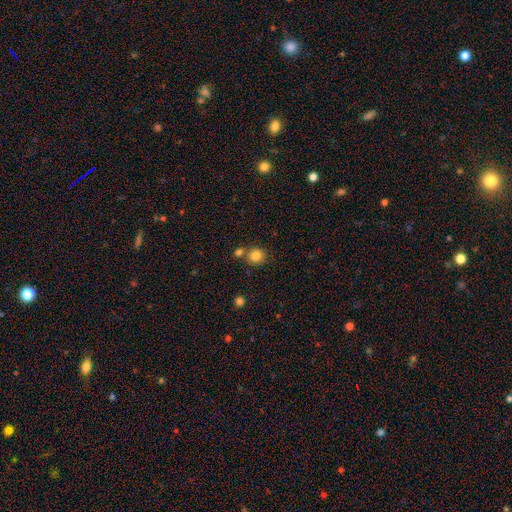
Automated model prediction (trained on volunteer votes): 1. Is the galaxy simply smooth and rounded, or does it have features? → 83% smooth, 11% star or artifact, 6% featured or disk.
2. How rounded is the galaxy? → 90% round, 9% in between, 1% cigar-shaped.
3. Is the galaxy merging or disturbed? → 70% none, 19% merger, 8% minor disturbance, 3% major disturbance.